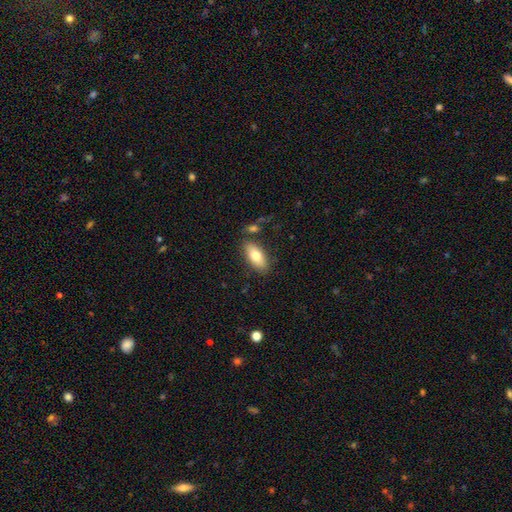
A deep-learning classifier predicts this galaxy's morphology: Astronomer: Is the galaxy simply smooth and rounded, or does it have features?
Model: smooth — 77%.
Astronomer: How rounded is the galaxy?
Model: in between — 85%.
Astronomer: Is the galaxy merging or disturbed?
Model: none — 81%.